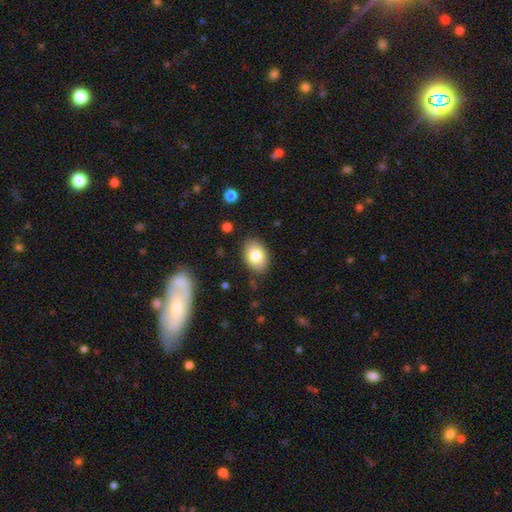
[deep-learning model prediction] Morphology: type=smooth (80%); roundness=in between (83%); merging=none (85%).